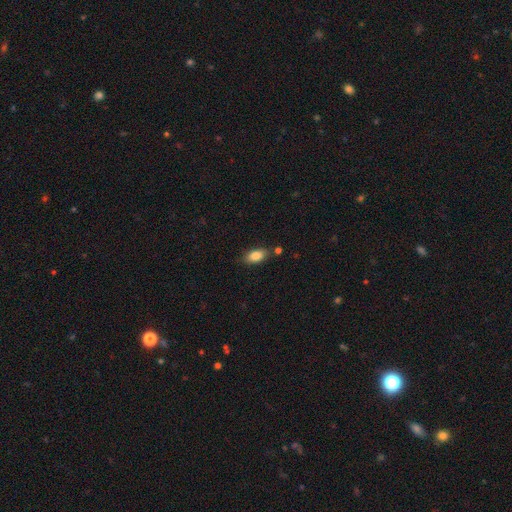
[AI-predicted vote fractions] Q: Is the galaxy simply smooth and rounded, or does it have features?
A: smooth — 86%.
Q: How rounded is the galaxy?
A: in between — 88%.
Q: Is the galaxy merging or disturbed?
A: none — 76%.